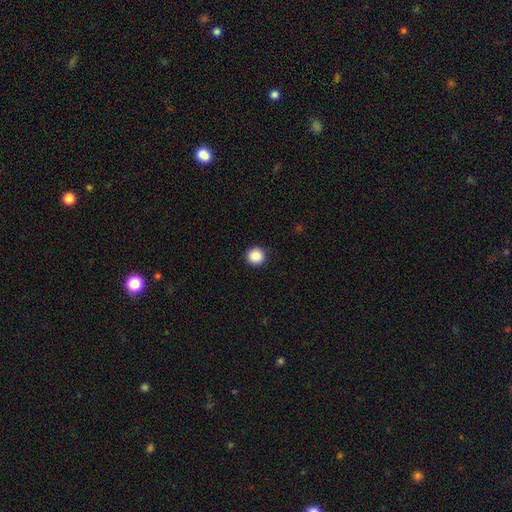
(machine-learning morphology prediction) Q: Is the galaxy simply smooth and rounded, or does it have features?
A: smooth — 88%.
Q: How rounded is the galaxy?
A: round — 95%.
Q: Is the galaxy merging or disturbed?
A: none — 92%.